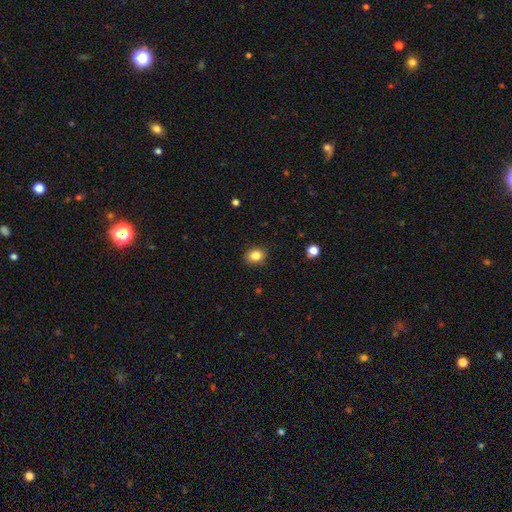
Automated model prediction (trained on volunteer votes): A smooth galaxy with no disk features (84%) that is round (50%).

Vote fractions:
- Smooth or featured? smooth: 84% / star or artifact: 10% / featured or disk: 6%
- How rounded? round: 50% / in between: 49% / cigar-shaped: 1%
- Merging? none: 86% / minor disturbance: 10% / major disturbance: 2% / merger: 1%